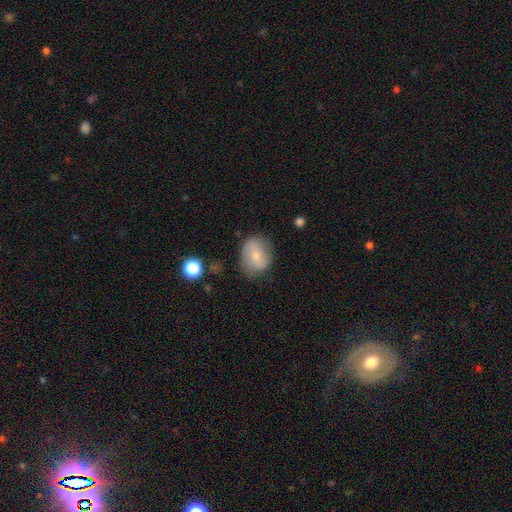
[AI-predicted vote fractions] Smooth or featured? smooth (60%)
How rounded? round (58%)
Merging? none (70%)